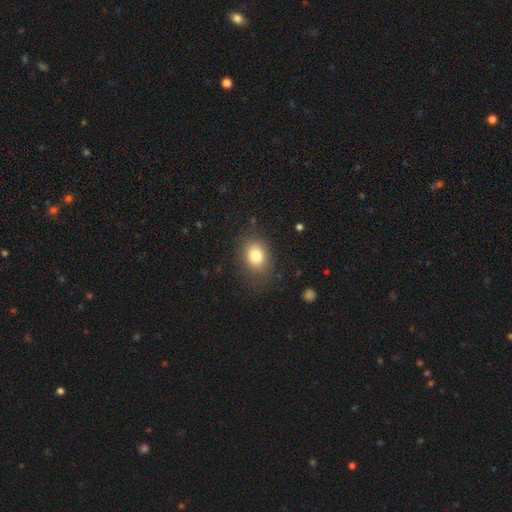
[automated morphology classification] Smooth or featured? Predicted: smooth (p=0.80). How rounded? Predicted: in between (p=0.58). Merging? Predicted: none (p=0.81).